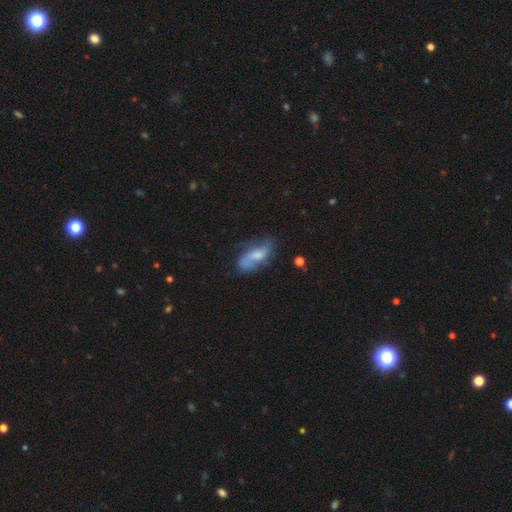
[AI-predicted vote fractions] Morphology: type=featured or disk (50%); edge-on=no (89%); merging=none (50%).